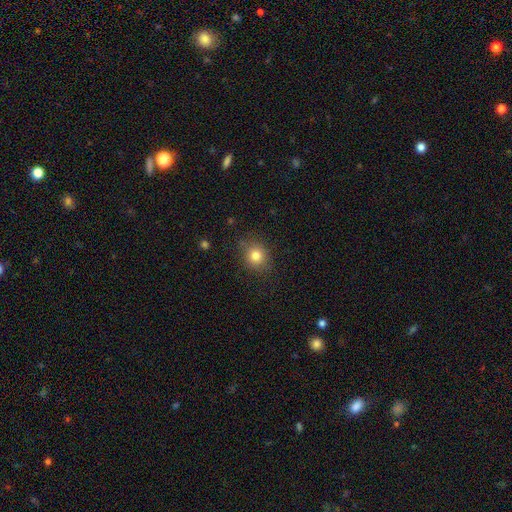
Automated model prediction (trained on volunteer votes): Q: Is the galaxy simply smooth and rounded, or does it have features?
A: smooth — 81%.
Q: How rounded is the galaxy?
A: round — 75%.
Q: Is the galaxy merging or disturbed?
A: none — 83%.